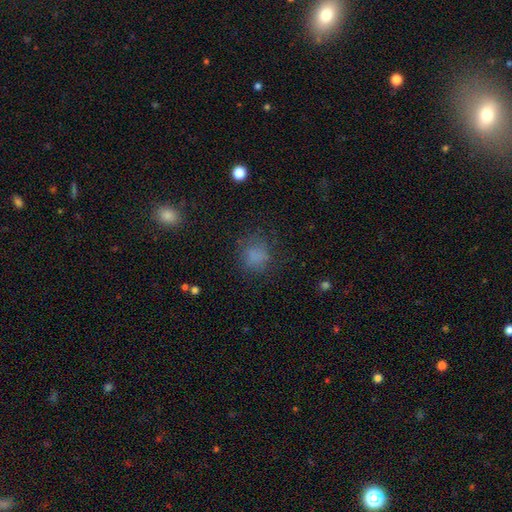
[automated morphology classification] This appears to be a smooth galaxy with no disk features (74%) that is round (77%). Merging: none (71%).